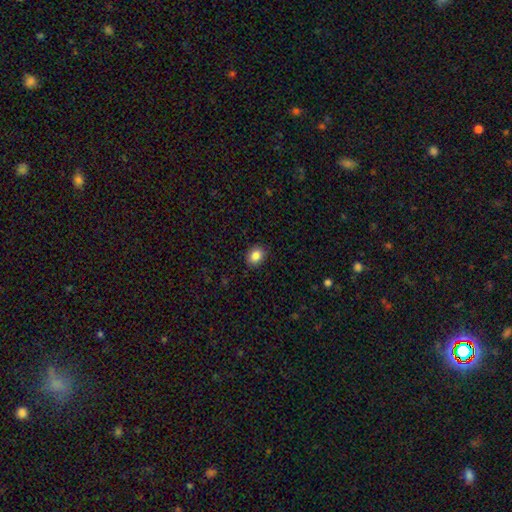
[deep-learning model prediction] A smooth galaxy with no disk features (86%) that is in between round and cigar-shaped (54%).

Vote fractions:
- Smooth or featured? smooth: 86% / star or artifact: 9% / featured or disk: 4%
- How rounded? in between: 54% / round: 45% / cigar-shaped: 1%
- Merging? none: 88% / minor disturbance: 9% / major disturbance: 2% / merger: 1%